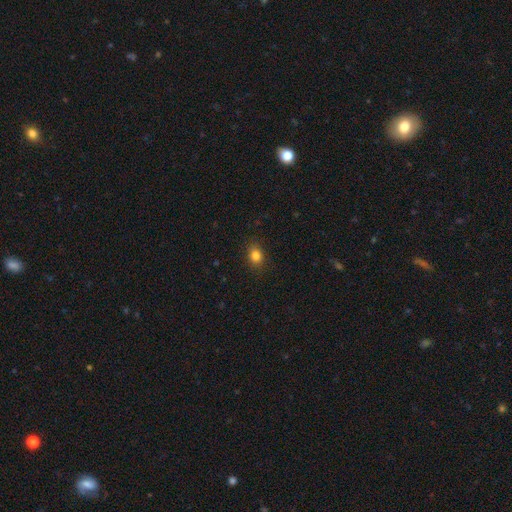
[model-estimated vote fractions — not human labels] This appears to be a smooth galaxy with no disk features (83%) that is in between round and cigar-shaped (56%). Merging: none (87%).